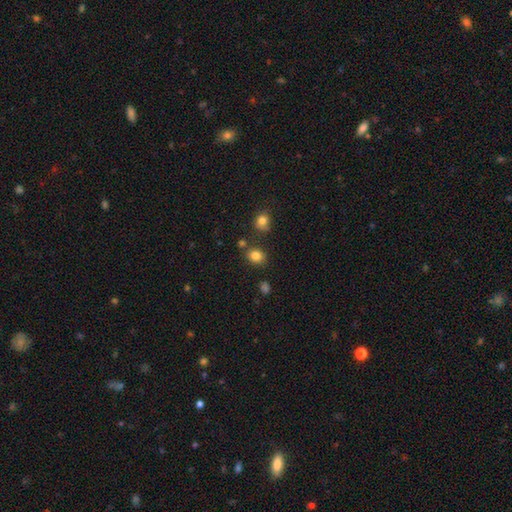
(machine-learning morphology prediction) smooth 83%, star or artifact 12%, featured or disk 5%. Down the decision tree: how rounded — round (53%); merging — none (78%).